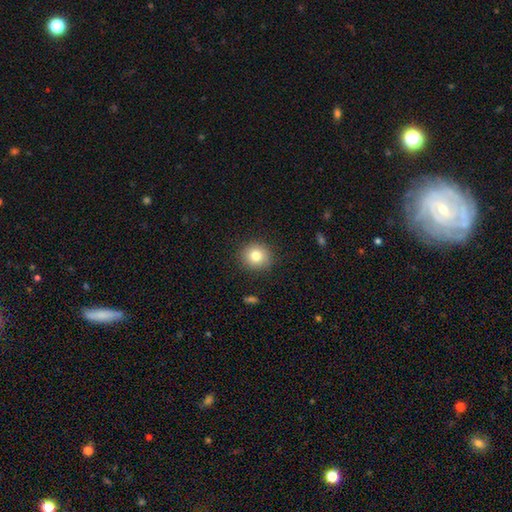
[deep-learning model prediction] Smooth or featured?
  - smooth: 82% *
  - star or artifact: 10%
  - featured or disk: 8%
How rounded?
  - round: 89% *
  - in between: 10%
  - cigar-shaped: 1%
Merging?
  - none: 89% *
  - minor disturbance: 8%
  - major disturbance: 2%
  - merger: 1%